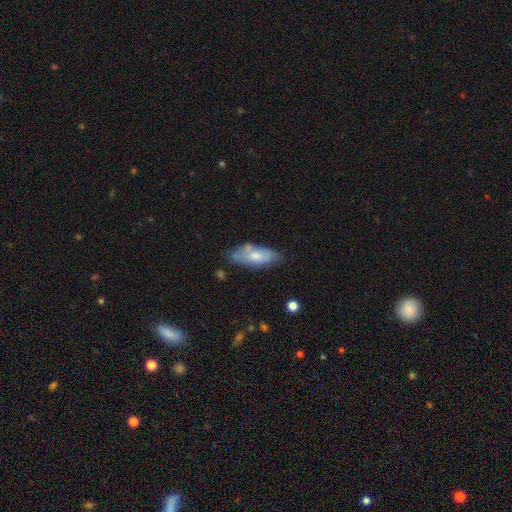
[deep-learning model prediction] Overall: smooth (68%). How rounded: in between (79%). Merging: none (60%; minor disturbance 27%).